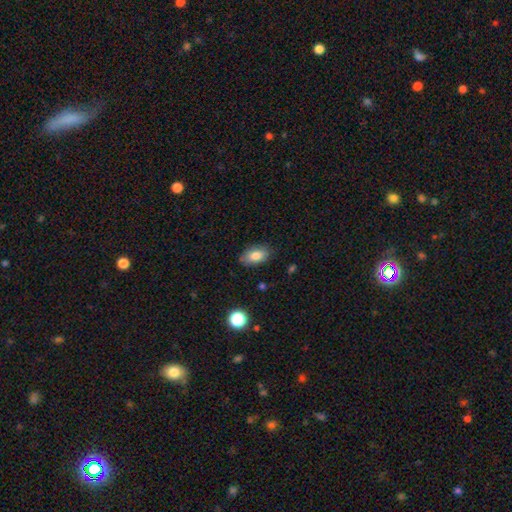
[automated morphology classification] The model was most divided on "smooth or featured": smooth: 81%, featured or disk: 11%, star or artifact: 8%. More confident: how rounded — in between (92%); merging — none (83%).